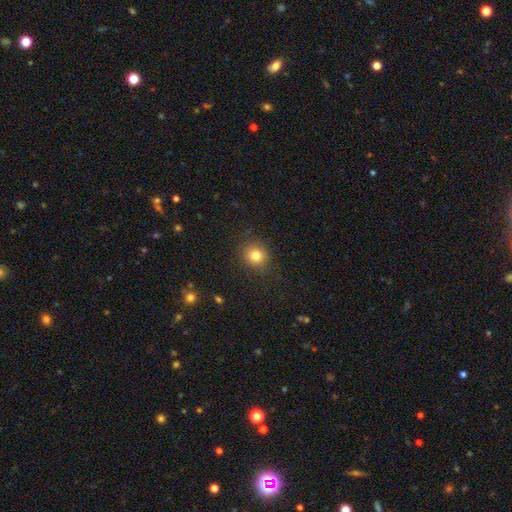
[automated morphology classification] smooth_or_featured: smooth (p=0.80) [alt: star or artifact p=0.13]
how_rounded: round (p=0.87) [alt: in between p=0.12]
merging: none (p=0.89) [alt: minor disturbance p=0.07]